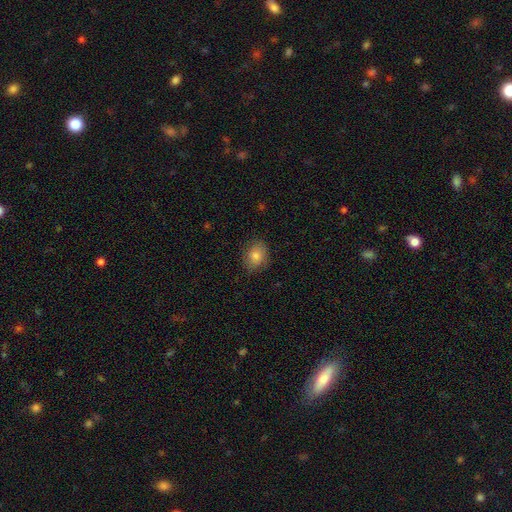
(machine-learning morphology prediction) Smooth or featured? smooth (82%)
How rounded? in between (54%)
Merging? none (83%)